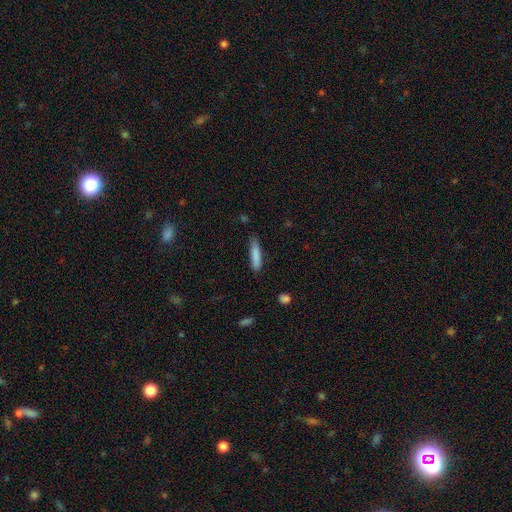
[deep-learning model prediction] This appears to be a smooth galaxy with no disk features (84%) that is cigar-shaped (83%). Merging: none (78%).